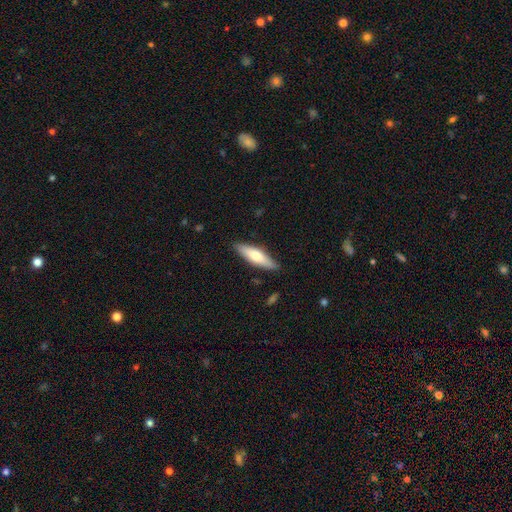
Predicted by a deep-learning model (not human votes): Smooth or featured? Predicted: smooth (p=0.63). How rounded? Predicted: cigar-shaped (p=0.60). Merging? Predicted: none (p=0.86).